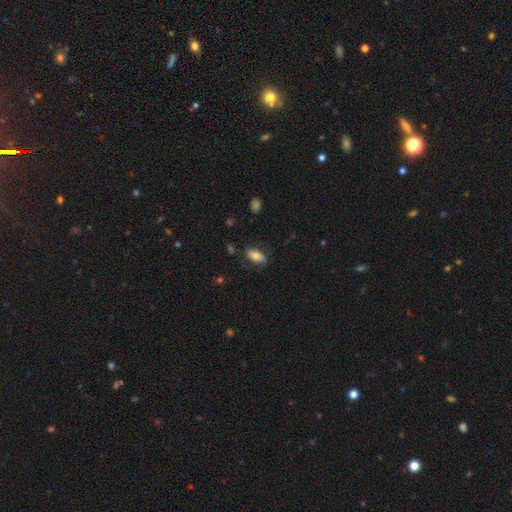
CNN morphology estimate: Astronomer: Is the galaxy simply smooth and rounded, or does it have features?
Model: smooth — 71%.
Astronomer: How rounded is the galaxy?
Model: in between — 90%.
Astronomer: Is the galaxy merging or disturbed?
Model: none — 74%.